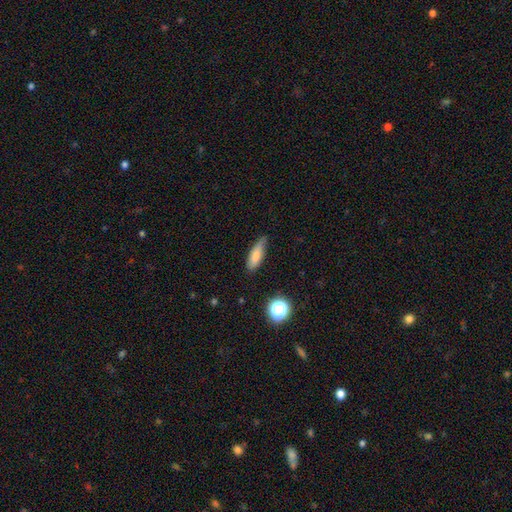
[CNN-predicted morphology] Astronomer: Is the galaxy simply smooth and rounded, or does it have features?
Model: smooth — 77%.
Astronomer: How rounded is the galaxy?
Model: in between — 51% (runner-up: cigar-shaped, 46%).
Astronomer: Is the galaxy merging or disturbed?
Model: none — 66%.